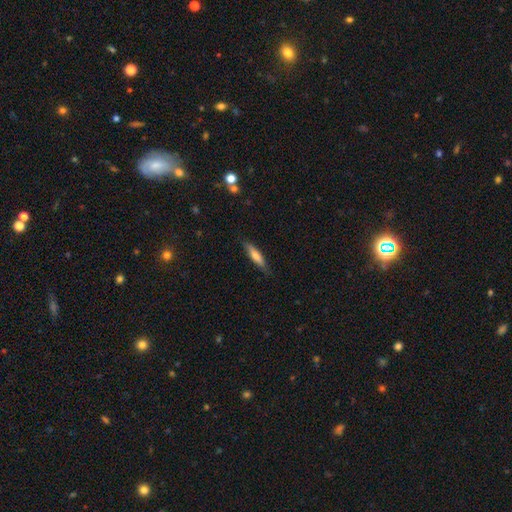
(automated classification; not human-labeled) smooth-or-featured: smooth: 67% | featured or disk: 27% | star or artifact: 6%
  how-rounded: cigar-shaped: 82% | in between: 16% | round: 2%
  merging: none: 83% | minor disturbance: 13% | major disturbance: 2% | merger: 1%